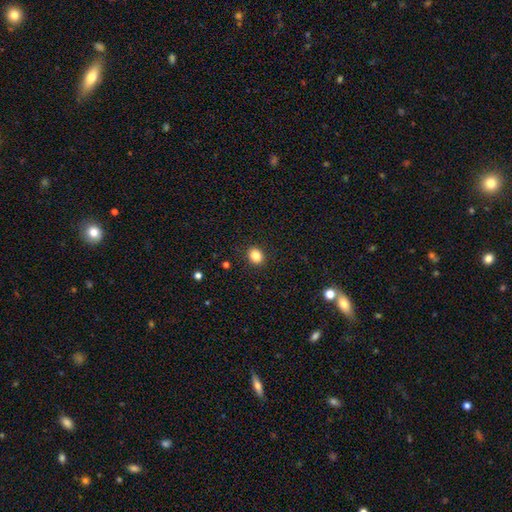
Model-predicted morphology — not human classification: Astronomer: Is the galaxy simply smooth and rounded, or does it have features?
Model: smooth — 84%.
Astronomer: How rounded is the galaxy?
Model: round — 63%.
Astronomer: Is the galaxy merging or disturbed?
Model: none — 91%.